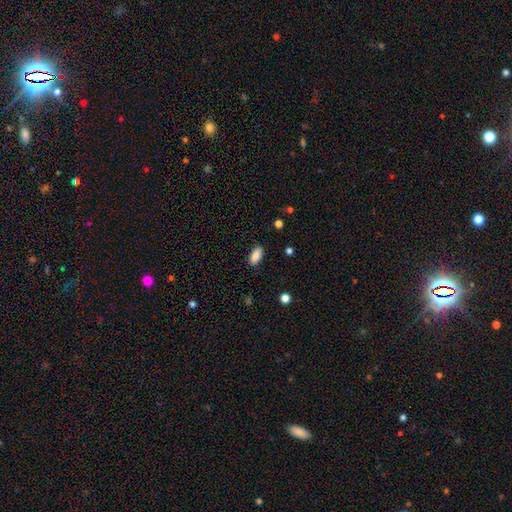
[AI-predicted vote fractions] A smooth galaxy with no disk features (88%) that is in between round and cigar-shaped (89%). Merging: none (88%).